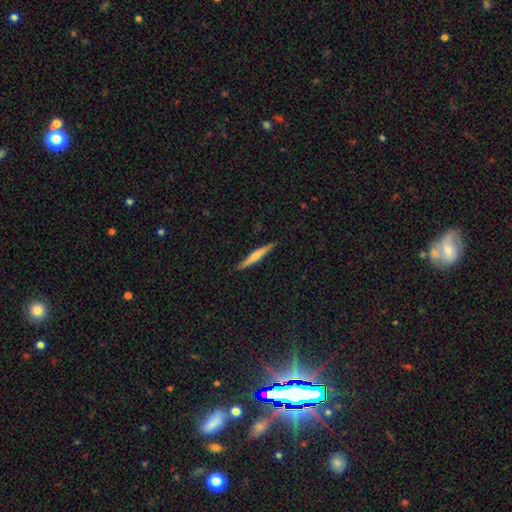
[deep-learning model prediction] This is possibly a featured or disk galaxy (47%, tied with smooth). Merging: clearly none (90%).